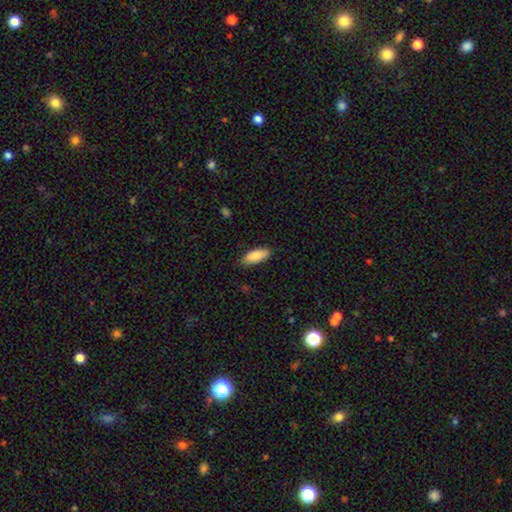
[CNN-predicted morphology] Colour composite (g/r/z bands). It shows a smooth galaxy with no disk features (88%) that is in between round and cigar-shaped (84%). Merging: none (84%).